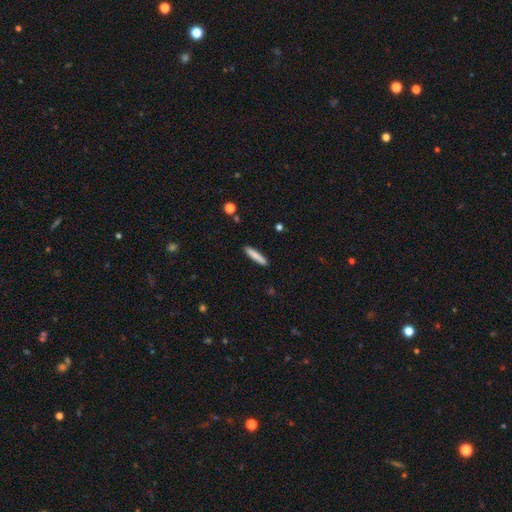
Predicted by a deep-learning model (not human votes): smooth-or-featured: smooth: 82% | featured or disk: 12% | star or artifact: 6%
  how-rounded: cigar-shaped: 92% | in between: 7% | round: 1%
  merging: none: 90% | minor disturbance: 7% | major disturbance: 1% | merger: 1%